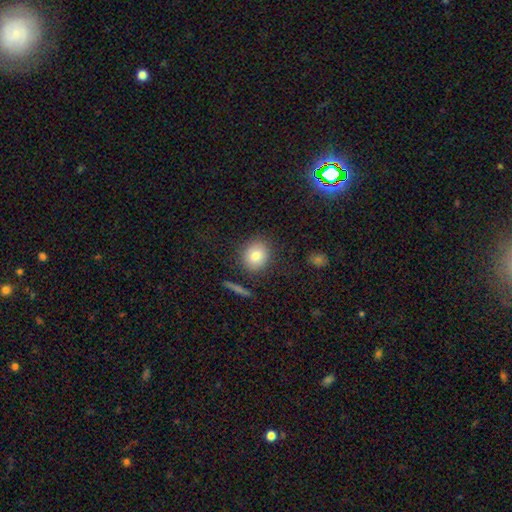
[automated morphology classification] The model was most divided on "how rounded": round: 68%, in between: 31%, cigar-shaped: 1%. More confident: merging — none (83%); smooth or featured — smooth (80%).